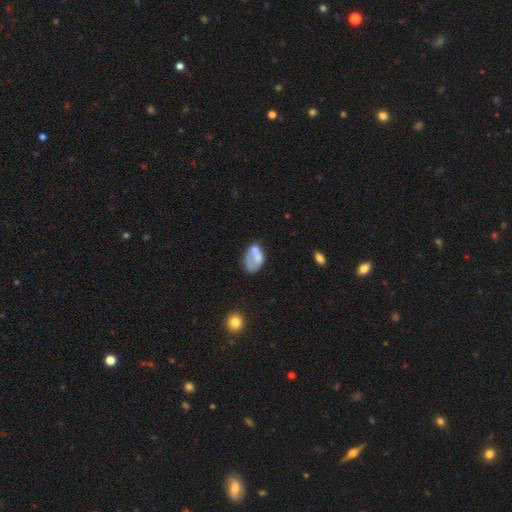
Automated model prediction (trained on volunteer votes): The model was most divided on "merging": none: 29%, merger: 26%, major disturbance: 23%, minor disturbance: 22%. More confident: how rounded — in between (84%); smooth or featured — smooth (53%).